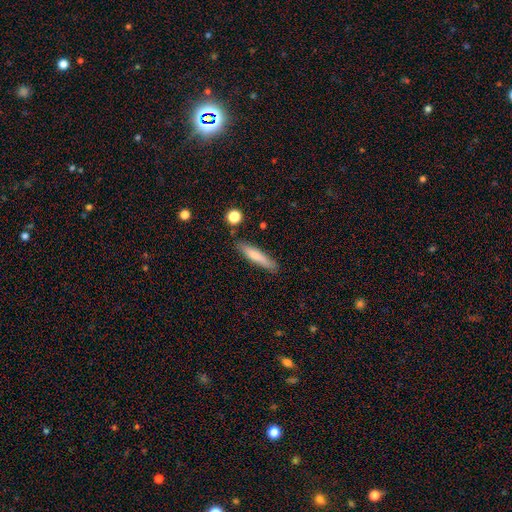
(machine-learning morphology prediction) Smooth or featured?
  - smooth: 74% *
  - featured or disk: 20%
  - star or artifact: 6%
How rounded?
  - cigar-shaped: 88% *
  - in between: 11%
  - round: 1%
Merging?
  - none: 83% *
  - minor disturbance: 12%
  - merger: 3%
  - major disturbance: 2%